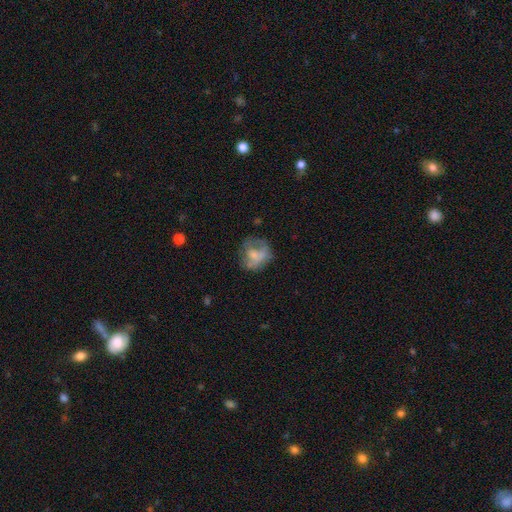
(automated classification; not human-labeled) smooth-or-featured: smooth: 55% | featured or disk: 35% | star or artifact: 10%
  how-rounded: round: 68% | in between: 31% | cigar-shaped: 1%
  merging: none: 47% | major disturbance: 25% | minor disturbance: 24% | merger: 3%